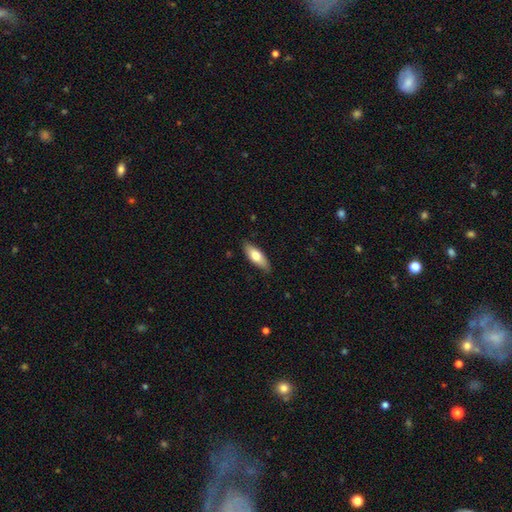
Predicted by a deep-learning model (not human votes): A smooth galaxy with no disk features (72%) that is in between round and cigar-shaped (70%). Merging: none (84%).